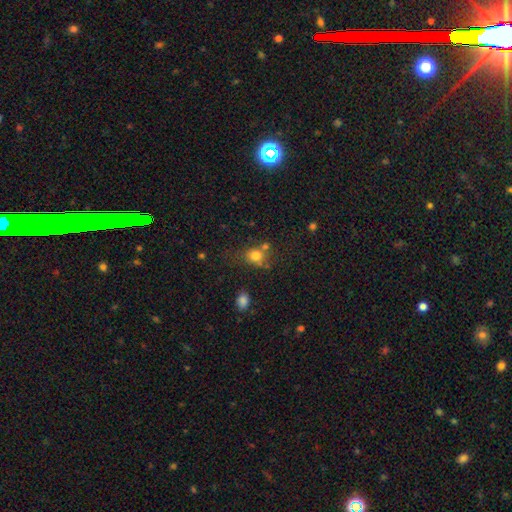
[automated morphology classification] Overall: smooth (78%). How rounded: round (65%; in between 33%). Merging: none (56%; merger 19%).